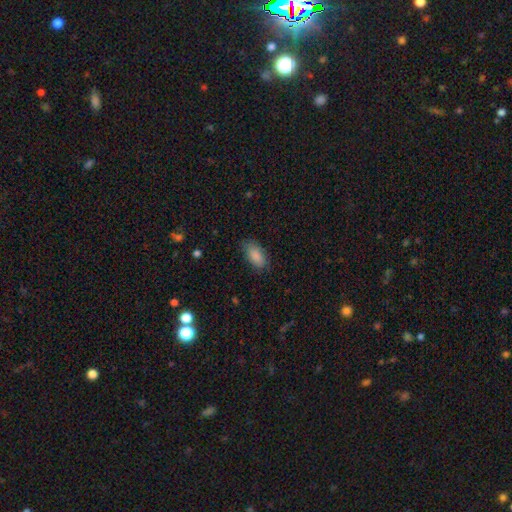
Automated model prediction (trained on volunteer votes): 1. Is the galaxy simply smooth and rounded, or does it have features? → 88% smooth, 7% star or artifact, 5% featured or disk.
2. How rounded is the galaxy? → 92% in between, 5% cigar-shaped, 3% round.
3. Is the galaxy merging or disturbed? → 75% none, 19% minor disturbance, 5% major disturbance, 1% merger.